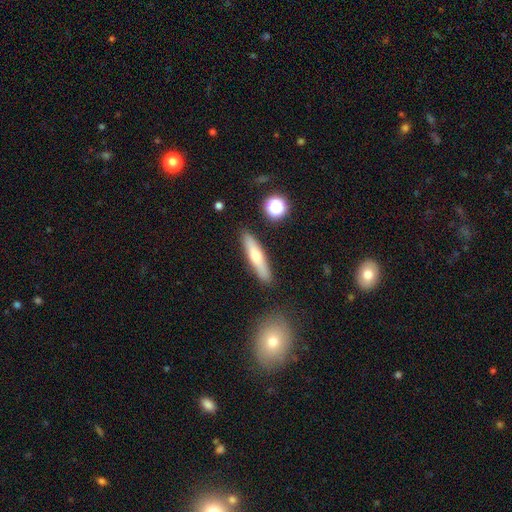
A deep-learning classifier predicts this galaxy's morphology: smooth-or-featured: smooth: 53% | featured or disk: 40% | star or artifact: 7%
  how-rounded: cigar-shaped: 82% | in between: 16% | round: 2%
  merging: none: 87% | minor disturbance: 8% | merger: 3% | major disturbance: 2%